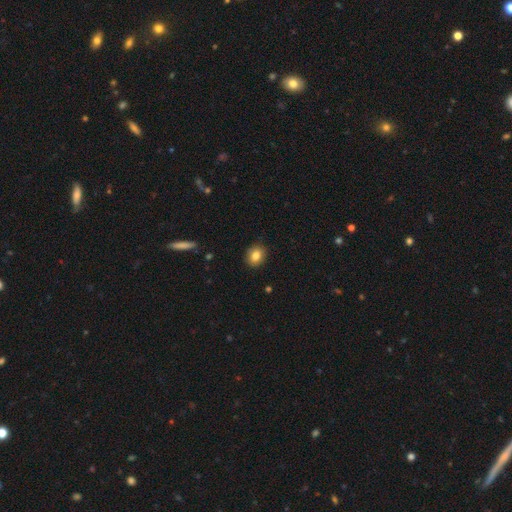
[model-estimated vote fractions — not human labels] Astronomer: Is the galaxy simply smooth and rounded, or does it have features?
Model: smooth — 83%.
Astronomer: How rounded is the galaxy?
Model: round — 60% (runner-up: in between, 39%).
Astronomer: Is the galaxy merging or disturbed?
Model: none — 88%.